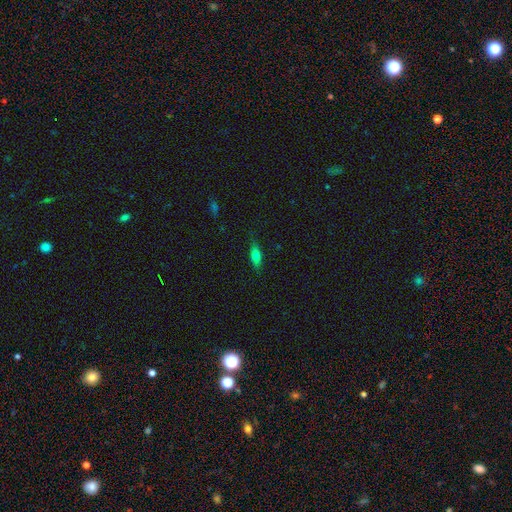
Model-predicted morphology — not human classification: Smooth or featured?
  - smooth: 68% *
  - featured or disk: 24%
  - star or artifact: 8%
How rounded?
  - in between: 59% *
  - cigar-shaped: 38%
  - round: 4%
Merging?
  - none: 83% *
  - minor disturbance: 13%
  - major disturbance: 3%
  - merger: 1%